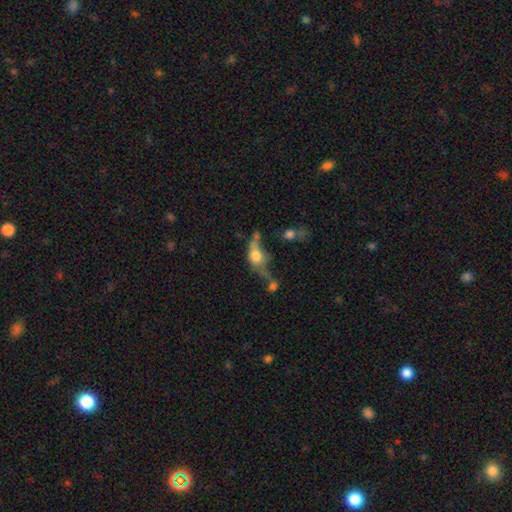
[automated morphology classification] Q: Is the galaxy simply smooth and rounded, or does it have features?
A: smooth — 58%.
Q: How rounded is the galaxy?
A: in between — 58%.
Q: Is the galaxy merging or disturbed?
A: merger — 34%.